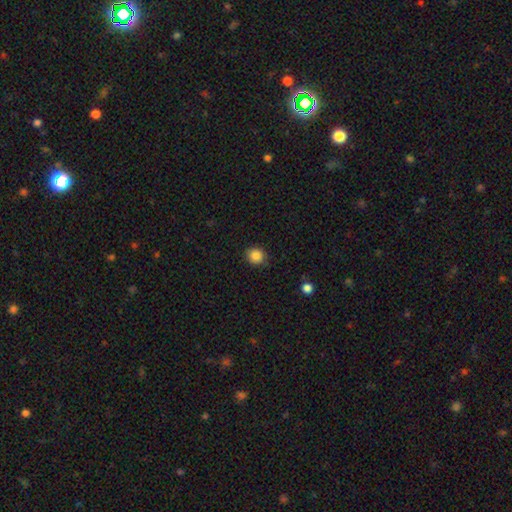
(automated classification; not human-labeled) The model was most divided on "how rounded": round: 86%, in between: 13%, cigar-shaped: 1%. More confident: merging — none (87%); smooth or featured — smooth (87%).